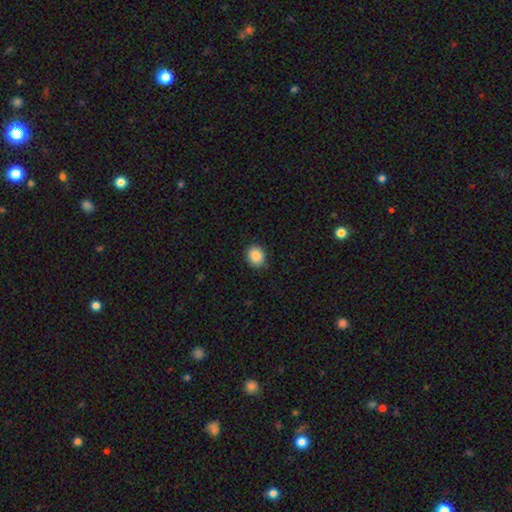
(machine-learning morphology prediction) Smooth or featured: smooth — 87% (star or artifact — 9%)
How rounded: round — 74% (in between — 25%)
Merging: none — 88% (minor disturbance — 9%)